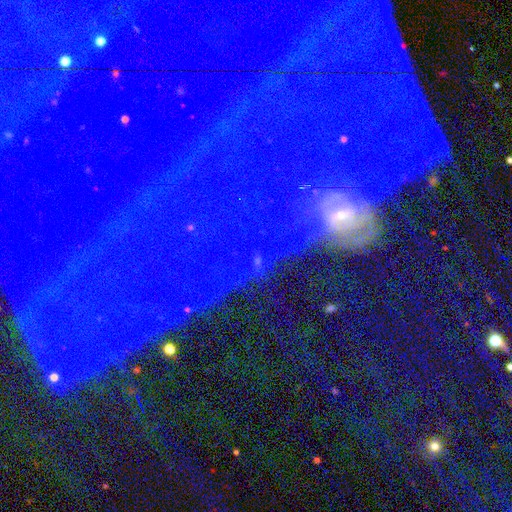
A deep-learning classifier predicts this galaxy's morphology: A star or artifact, not a galaxy (71%).